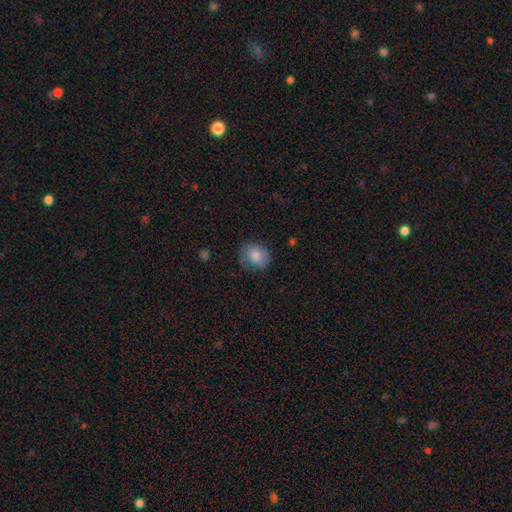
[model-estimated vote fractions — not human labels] Smooth or featured? Predicted: smooth (p=0.81). How rounded? Predicted: round (p=0.56). Merging? Predicted: none (p=0.73).